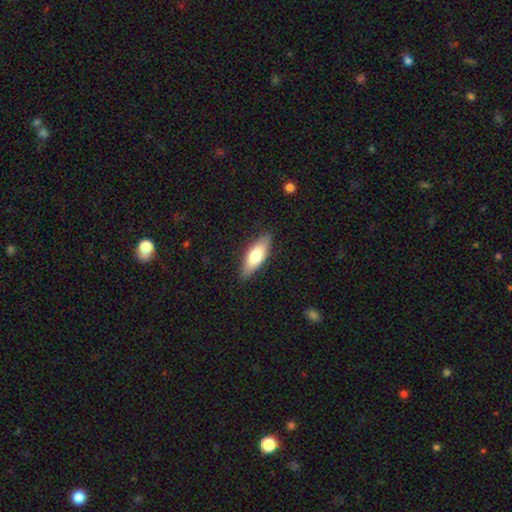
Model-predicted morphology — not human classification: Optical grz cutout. It shows a smooth galaxy with no disk features (69%) that is in between round and cigar-shaped (64%). Merging: none (84%).